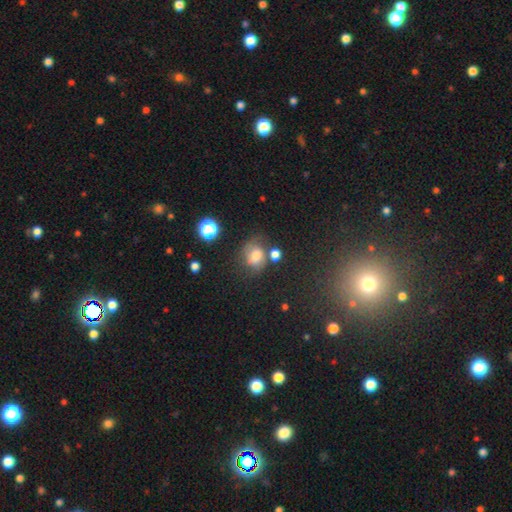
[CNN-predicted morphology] Smooth or featured?
  - smooth: 61% *
  - featured or disk: 22%
  - star or artifact: 17%
How rounded?
  - round: 56% *
  - in between: 43%
  - cigar-shaped: 1%
Merging?
  - none: 50% *
  - minor disturbance: 23%
  - major disturbance: 14%
  - merger: 13%